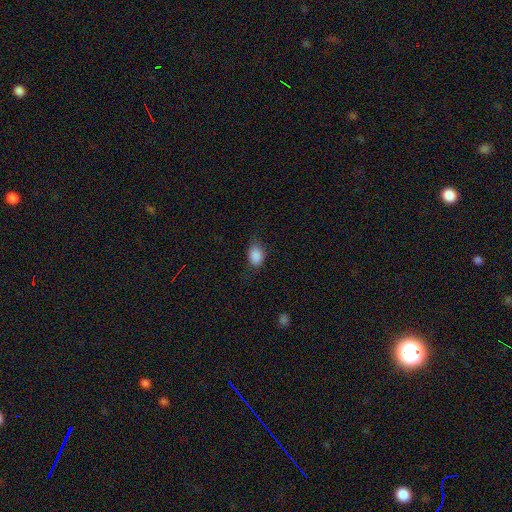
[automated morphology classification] Smooth or featured: smooth — 88% (star or artifact — 8%)
How rounded: in between — 76% (round — 23%)
Merging: none — 70% (minor disturbance — 22%)